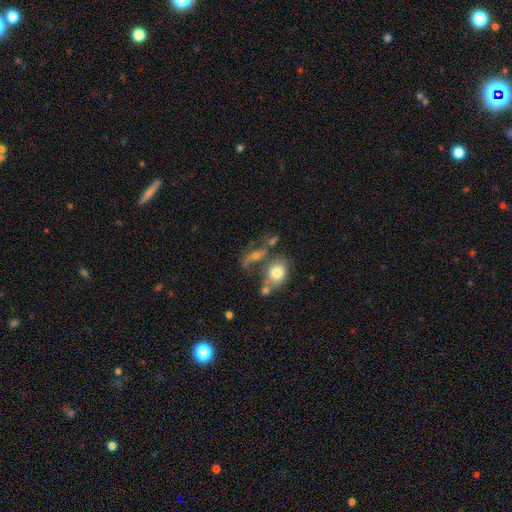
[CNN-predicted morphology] Smooth or featured?
  - smooth: 45% *
  - featured or disk: 41%
  - star or artifact: 14%
Merging?
  - none: 41% *
  - merger: 28%
  - minor disturbance: 17%
  - major disturbance: 15%